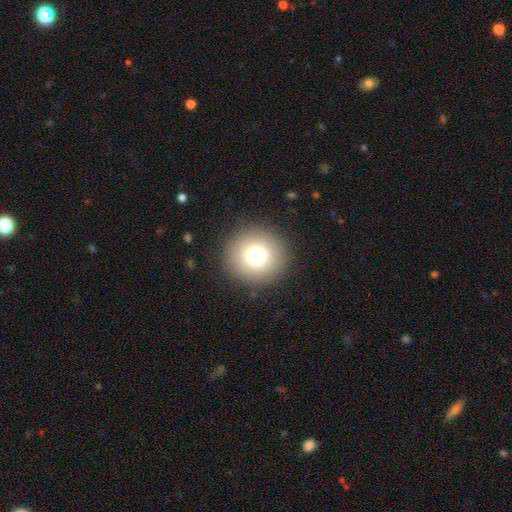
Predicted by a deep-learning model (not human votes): Smooth or featured? Predicted: smooth (p=0.78). How rounded? Predicted: round (p=0.95). Merging? Predicted: none (p=0.91).